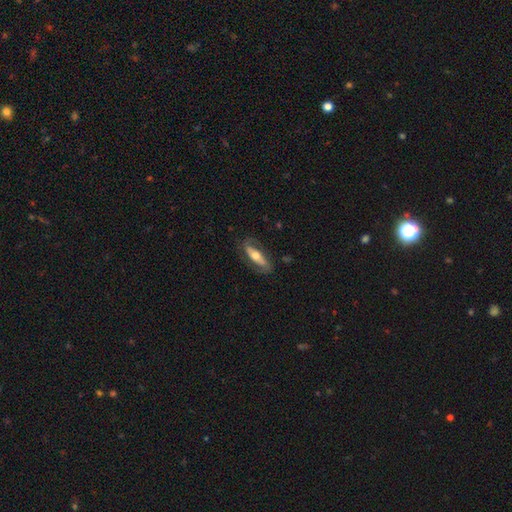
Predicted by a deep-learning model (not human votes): Smooth or featured: featured or disk — 60% (smooth — 35%)
Edge-on disk: no — 67% (yes — 33%)
Merging: none — 71% (minor disturbance — 18%)